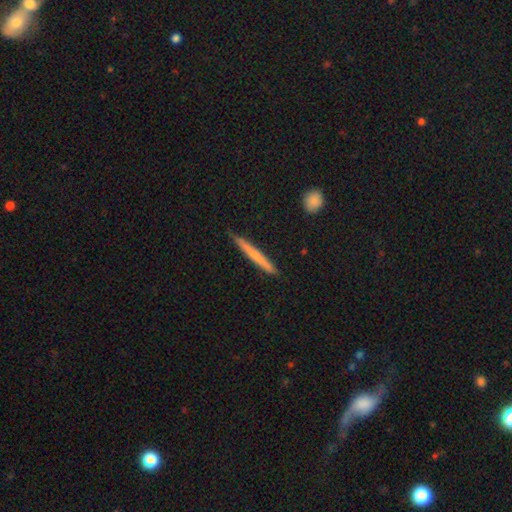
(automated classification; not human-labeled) The model was most divided on "smooth or featured": smooth: 52%, featured or disk: 42%, star or artifact: 6%. More confident: how rounded — cigar-shaped (96%); merging — none (87%).